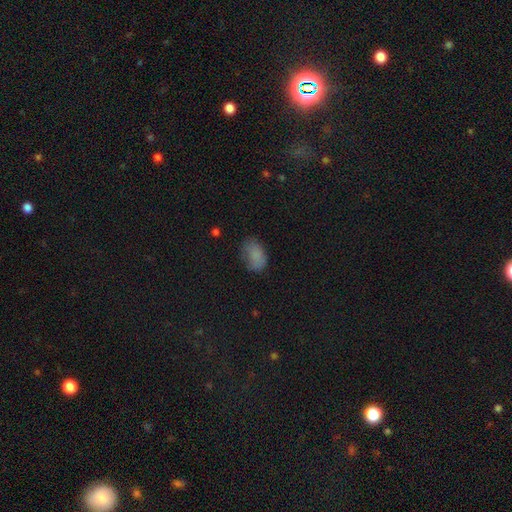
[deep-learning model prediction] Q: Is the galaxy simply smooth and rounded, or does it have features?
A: smooth — 81%.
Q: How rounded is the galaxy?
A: in between — 87%.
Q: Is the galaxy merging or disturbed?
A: none — 62%.